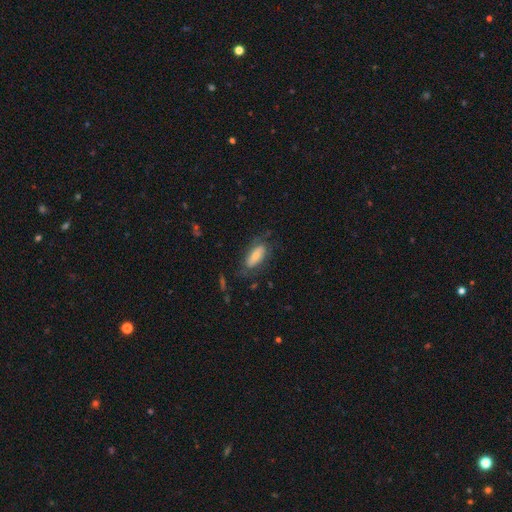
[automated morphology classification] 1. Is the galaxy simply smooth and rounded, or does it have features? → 61% smooth, 32% featured or disk, 7% star or artifact.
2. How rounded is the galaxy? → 77% in between, 20% cigar-shaped, 3% round.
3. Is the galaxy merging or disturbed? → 64% none, 22% minor disturbance, 12% major disturbance, 2% merger.